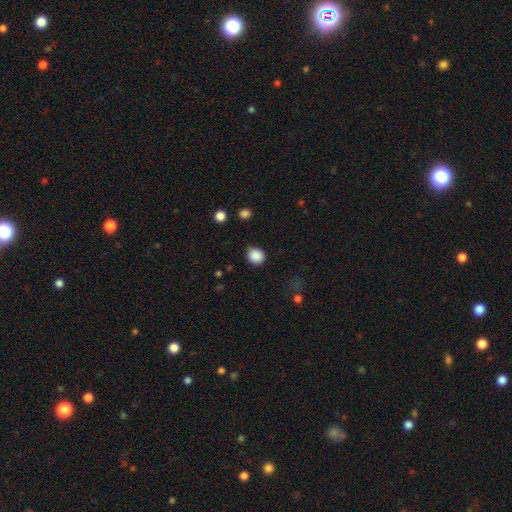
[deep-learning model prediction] Smooth or featured?
  - smooth: 88% *
  - star or artifact: 9%
  - featured or disk: 3%
How rounded?
  - round: 81% *
  - in between: 18%
  - cigar-shaped: 1%
Merging?
  - none: 80% *
  - minor disturbance: 15%
  - major disturbance: 4%
  - merger: 2%